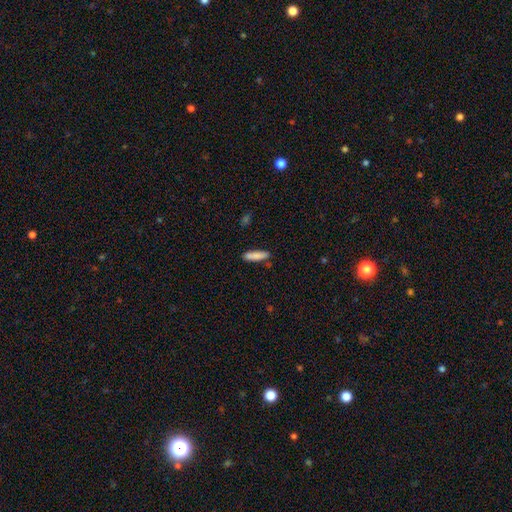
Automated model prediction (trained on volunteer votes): Overall: smooth (85%). How rounded: cigar-shaped (70%). Merging: none (85%).